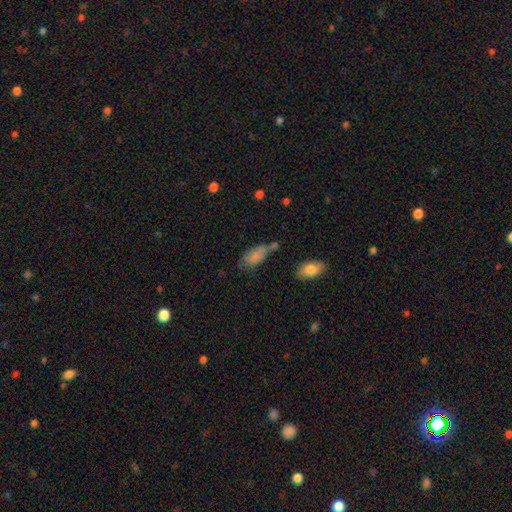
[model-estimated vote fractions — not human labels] A smooth galaxy with no disk features (81%) that is in between round and cigar-shaped (89%).

Vote fractions:
- Smooth or featured? smooth: 81% / featured or disk: 10% / star or artifact: 9%
- How rounded? in between: 89% / cigar-shaped: 8% / round: 3%
- Merging? none: 43% / minor disturbance: 28% / merger: 17% / major disturbance: 12%